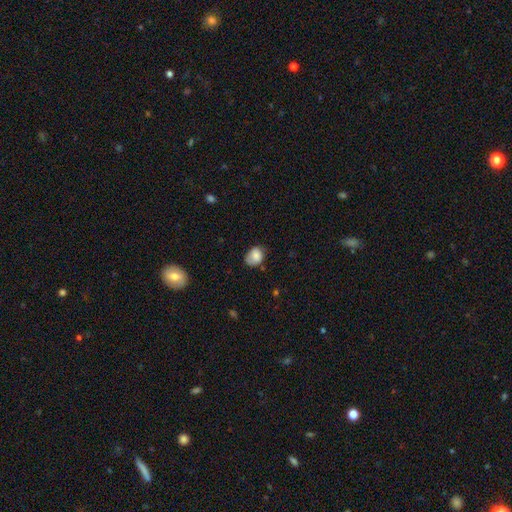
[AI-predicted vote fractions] A smooth galaxy with no disk features (82%) that is in between round and cigar-shaped (53%).

Vote fractions:
- Smooth or featured? smooth: 82% / featured or disk: 10% / star or artifact: 9%
- How rounded? in between: 53% / round: 46% / cigar-shaped: 1%
- Merging? none: 54% / minor disturbance: 35% / major disturbance: 8% / merger: 2%